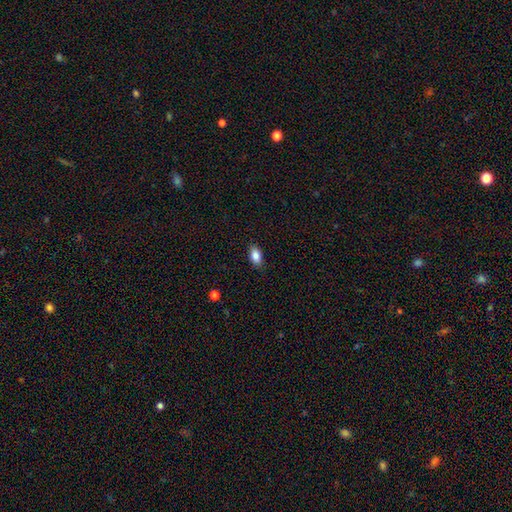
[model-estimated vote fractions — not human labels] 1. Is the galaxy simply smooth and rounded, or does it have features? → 84% smooth, 8% star or artifact, 7% featured or disk.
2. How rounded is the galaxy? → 89% in between, 8% round, 3% cigar-shaped.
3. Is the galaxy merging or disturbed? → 88% none, 9% minor disturbance, 2% major disturbance, 1% merger.